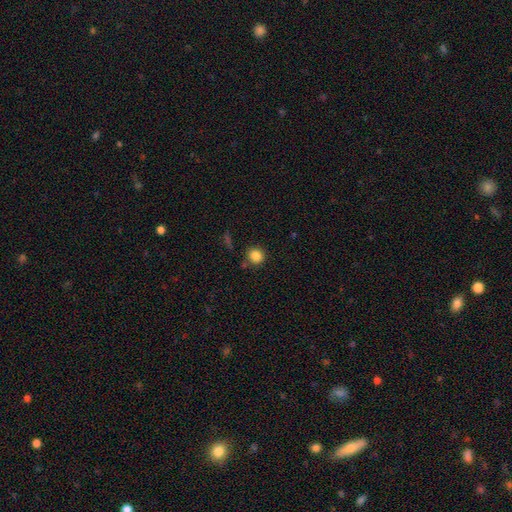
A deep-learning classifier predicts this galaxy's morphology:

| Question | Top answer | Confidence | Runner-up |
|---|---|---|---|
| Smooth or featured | smooth | 85% | star or artifact (11%) |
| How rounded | round | 90% | in between (9%) |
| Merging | none | 81% | minor disturbance (10%) |